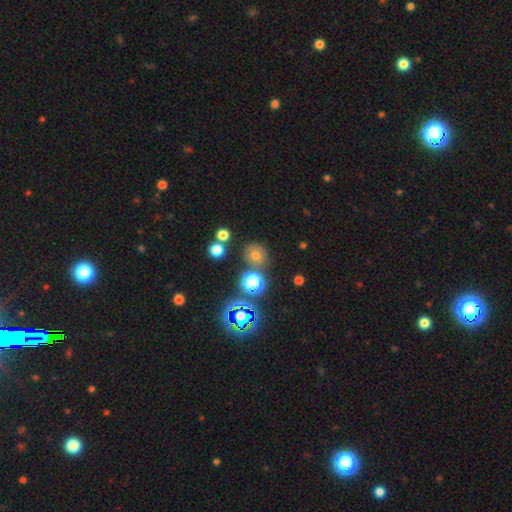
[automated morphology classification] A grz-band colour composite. It shows a smooth galaxy with no disk features (58%) that is round (84%). Merging: none (74%).